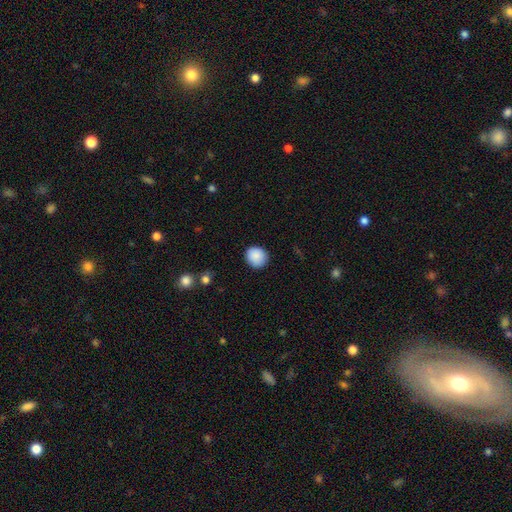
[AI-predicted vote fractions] Smooth or featured? Predicted: smooth (p=0.89). How rounded? Predicted: round (p=0.85). Merging? Predicted: none (p=0.87).